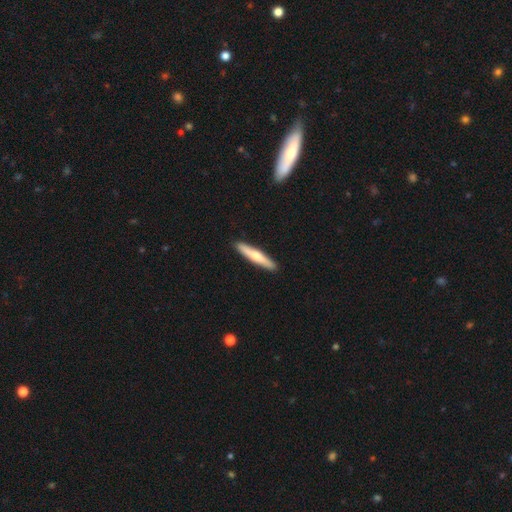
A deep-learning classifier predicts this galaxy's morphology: type=smooth (58%); roundness=cigar-shaped (92%); merging=none (92%).